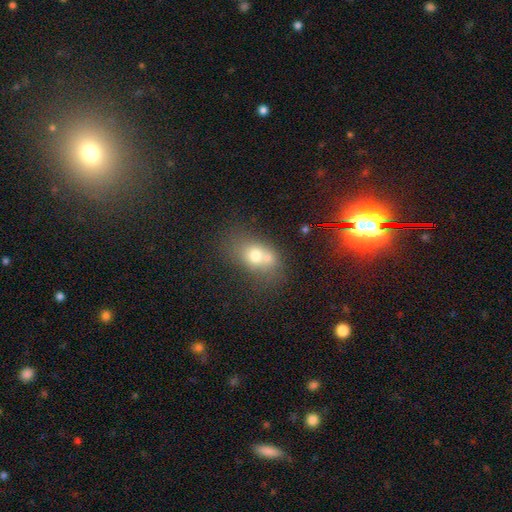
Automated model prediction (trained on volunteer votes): A smooth galaxy with no disk features (63%) that is in between round and cigar-shaped (64%). Merging: merger (46%).